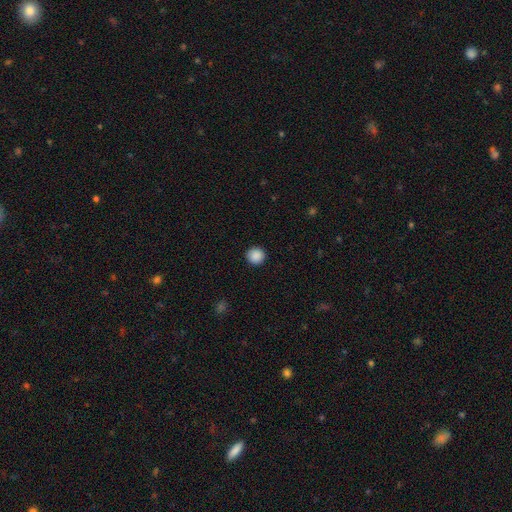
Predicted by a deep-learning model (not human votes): smooth-or-featured: smooth: 89% | star or artifact: 9% | featured or disk: 2%
  how-rounded: round: 95% | in between: 4% | cigar-shaped: 1%
  merging: none: 93% | minor disturbance: 5% | major disturbance: 2% | merger: 1%